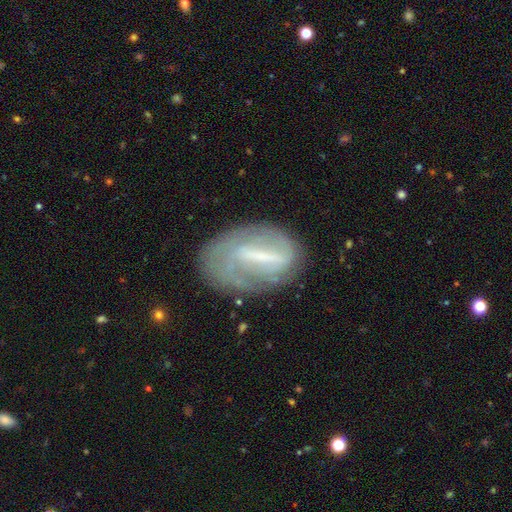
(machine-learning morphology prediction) featured or disk 65%, smooth 25%, star or artifact 10%. Down the decision tree: edge-on disk — no (89%); bar — strong (68%); spiral arms — yes (57%); bulge size — small (37%); merging — none (66%).